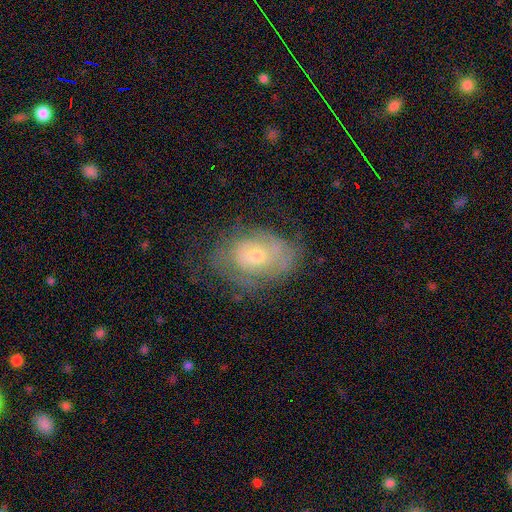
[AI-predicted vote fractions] A featured or disk galaxy (60%) with no bar (78%), spiral arms (66%) and a small central bulge (51%).

Vote fractions:
- Smooth or featured? featured or disk: 60% / smooth: 31% / star or artifact: 8%
- Edge-on disk? no: 95% / yes: 5%
- Bar? no: 78% / weak: 19% / strong: 3%
- Spiral arms? yes: 66% / no: 34%
- Bulge size? small: 51% / moderate: 43% / large: 3% / none: 2% / dominant: 1%
- Merging? none: 57% / minor disturbance: 25% / major disturbance: 16% / merger: 2%